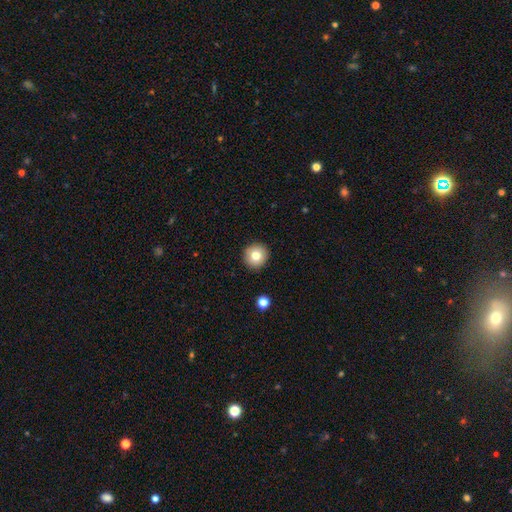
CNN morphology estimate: smooth 78%, featured or disk 12%, star or artifact 10%. Down the decision tree: how rounded — round (95%); merging — none (92%).